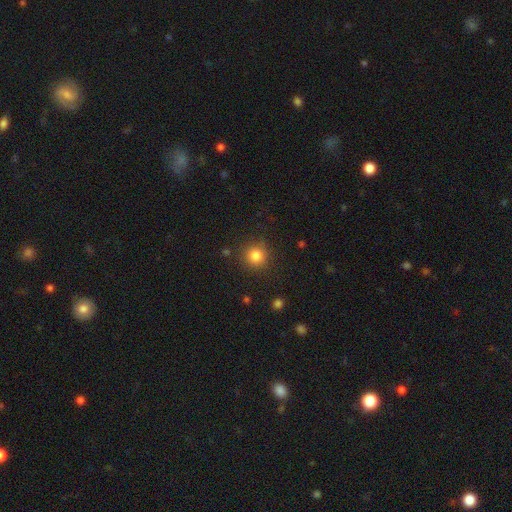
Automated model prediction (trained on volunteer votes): Smooth or featured? Predicted: smooth (p=0.82). How rounded? Predicted: round (p=0.93). Merging? Predicted: none (p=0.88).